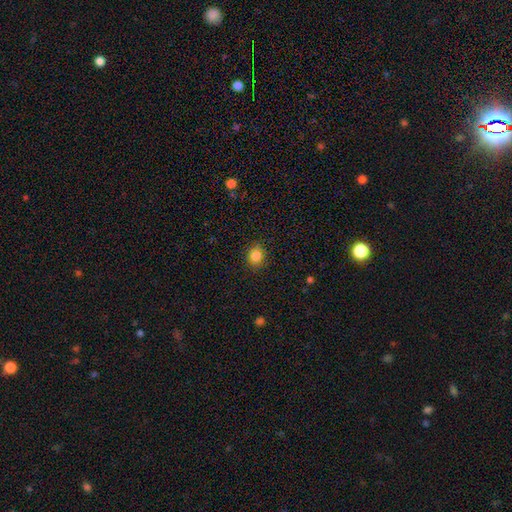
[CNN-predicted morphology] type=smooth (85%); roundness=round (65%); merging=none (87%).